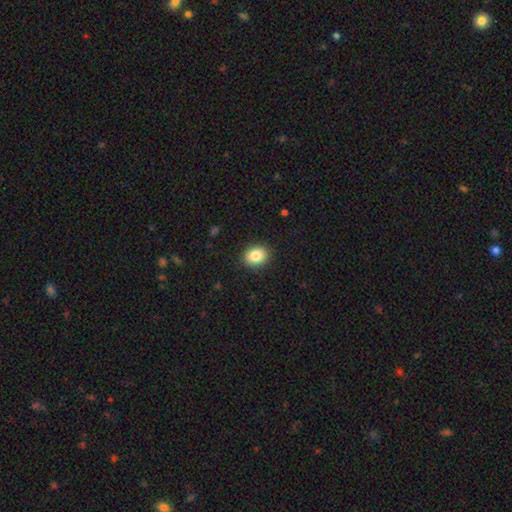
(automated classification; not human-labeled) smooth-or-featured: smooth: 84% | star or artifact: 9% | featured or disk: 7%
  how-rounded: round: 54% | in between: 45% | cigar-shaped: 1%
  merging: none: 90% | minor disturbance: 7% | major disturbance: 2% | merger: 1%